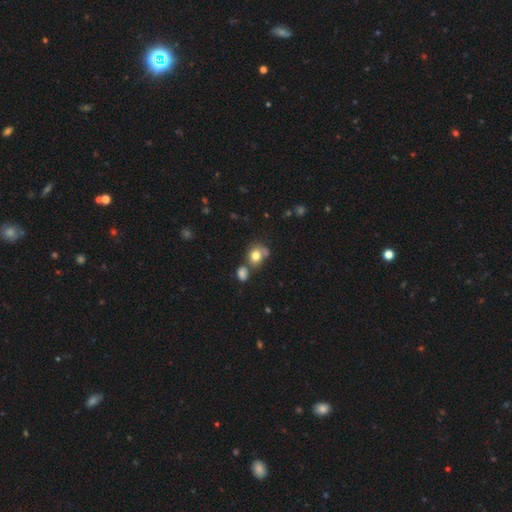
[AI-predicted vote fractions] smooth 76%, featured or disk 13%, star or artifact 11%. Down the decision tree: how rounded — round (64%); merging — none (42%).